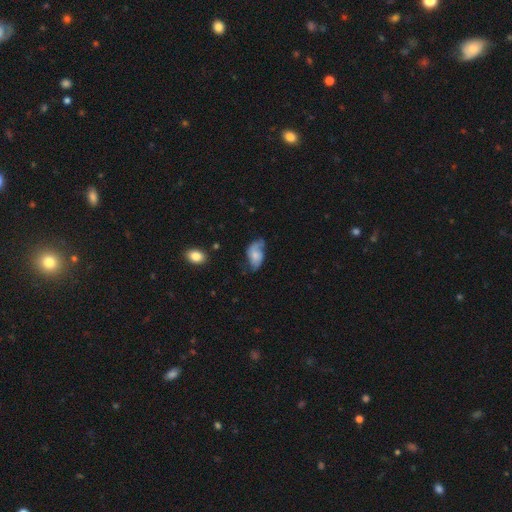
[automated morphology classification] Smooth or featured?
  - smooth: 48% *
  - featured or disk: 44%
  - star or artifact: 8%
Merging?
  - none: 42% *
  - minor disturbance: 36%
  - major disturbance: 19%
  - merger: 3%